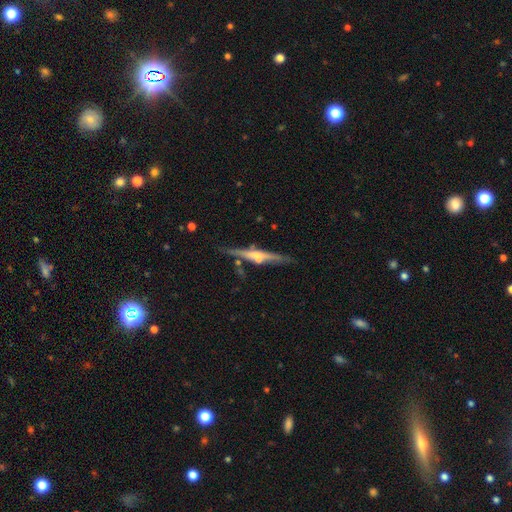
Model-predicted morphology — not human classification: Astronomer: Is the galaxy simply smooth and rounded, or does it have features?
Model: featured or disk — 73%.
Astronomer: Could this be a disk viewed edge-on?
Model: yes — 96%.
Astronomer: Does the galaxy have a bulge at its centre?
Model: rounded — 69%.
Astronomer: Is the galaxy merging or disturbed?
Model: none — 79%.